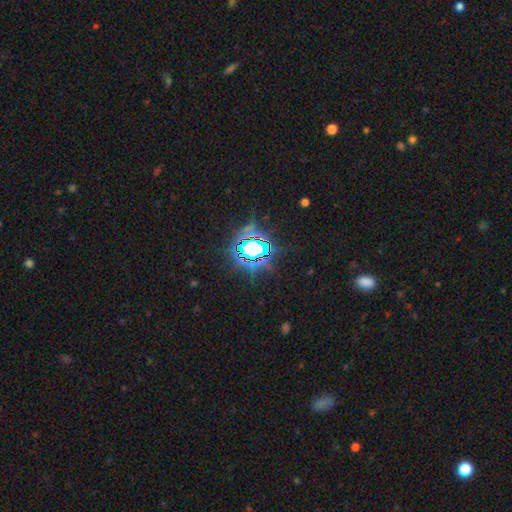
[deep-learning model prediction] Overall: star or artifact (76%).